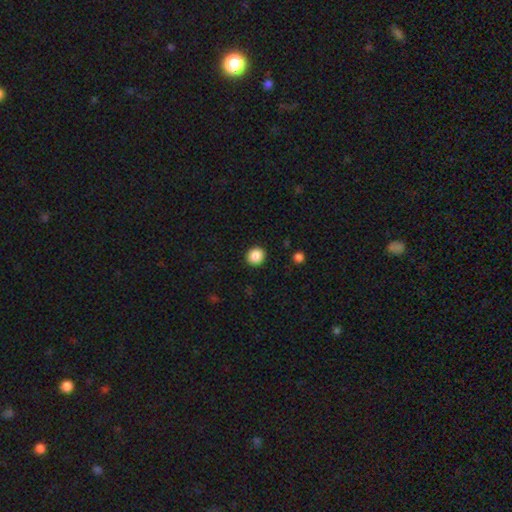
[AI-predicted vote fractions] smooth_or_featured: smooth (p=0.88) [alt: star or artifact p=0.09]
how_rounded: round (p=0.90) [alt: in between p=0.09]
merging: none (p=0.92) [alt: minor disturbance p=0.05]